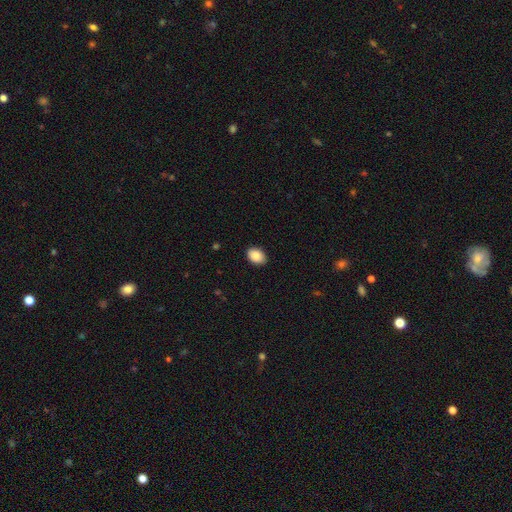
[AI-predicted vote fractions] Smooth or featured? smooth (89%)
How rounded? in between (82%)
Merging? none (89%)